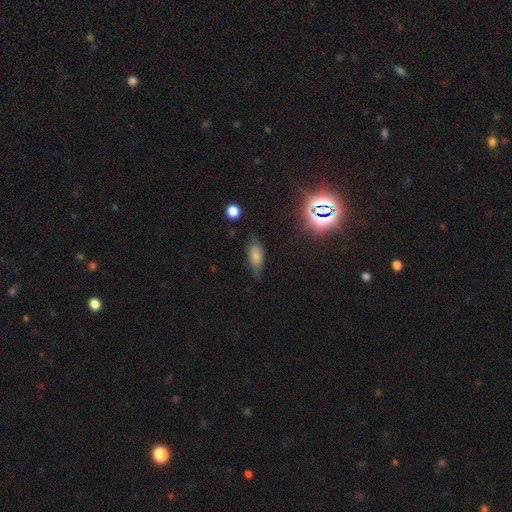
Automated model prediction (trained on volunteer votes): Overall: smooth (71%). How rounded: in between (80%). Merging: none (61%; minor disturbance 30%).